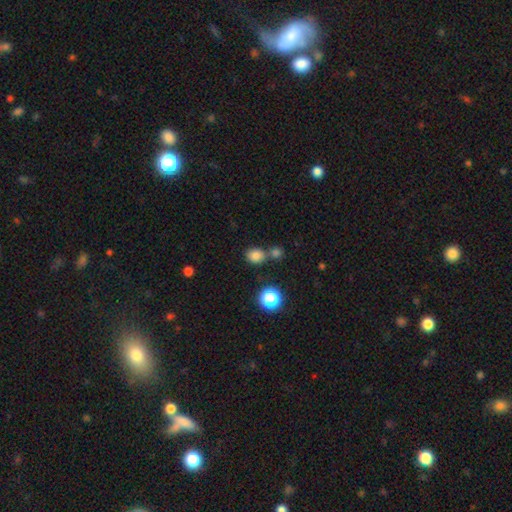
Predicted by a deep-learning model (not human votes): smooth 79%, star or artifact 15%, featured or disk 6%. Down the decision tree: how rounded — round (69%); merging — none (61%).